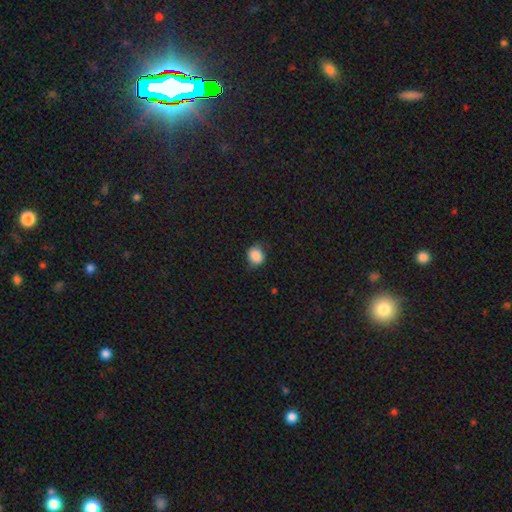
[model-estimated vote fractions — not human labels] Smooth or featured?
  - smooth: 87% *
  - star or artifact: 9%
  - featured or disk: 4%
How rounded?
  - round: 56% *
  - in between: 43%
  - cigar-shaped: 1%
Merging?
  - none: 76% *
  - minor disturbance: 19%
  - major disturbance: 4%
  - merger: 1%